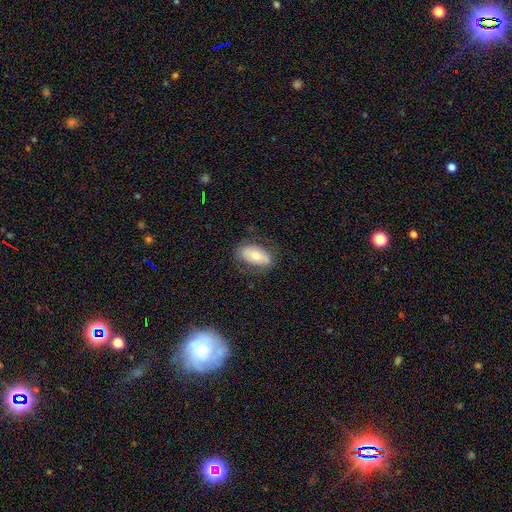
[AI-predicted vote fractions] This is possibly a smooth galaxy (60%). How rounded: clearly in between (91%). Merging: likely none (77%).